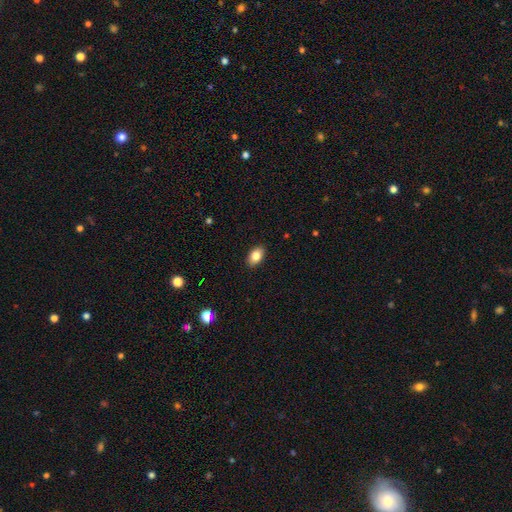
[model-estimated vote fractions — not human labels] Smooth or featured: smooth — 83% (featured or disk — 9%)
How rounded: in between — 89% (round — 9%)
Merging: none — 89% (minor disturbance — 8%)